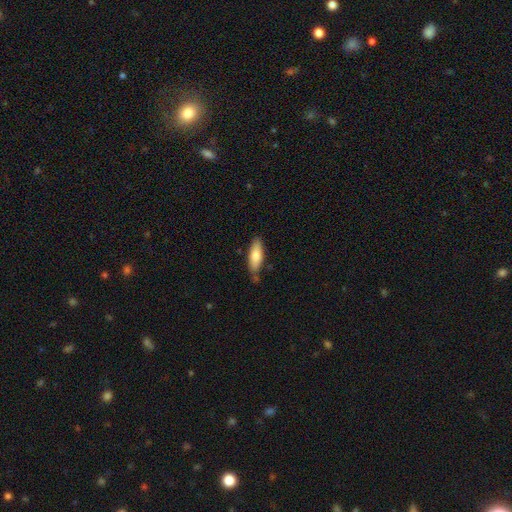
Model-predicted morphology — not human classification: Smooth or featured? smooth (75%)
How rounded? in between (56%)
Merging? none (73%)